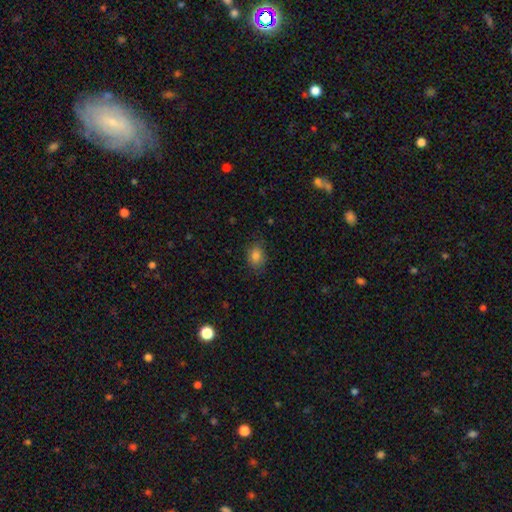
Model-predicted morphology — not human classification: type=smooth (83%); roundness=in between (68%); merging=none (78%).